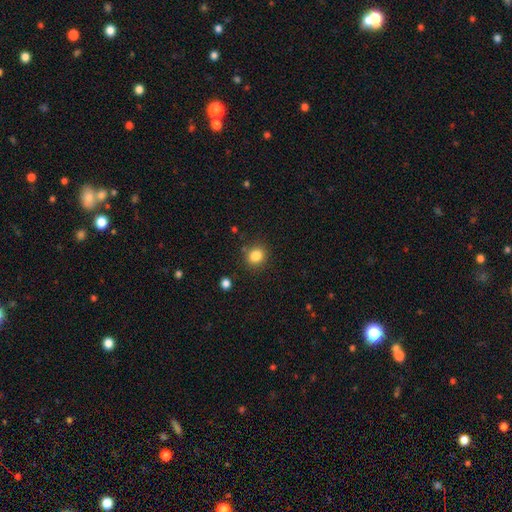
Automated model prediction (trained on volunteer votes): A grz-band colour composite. It shows a smooth galaxy with no disk features (84%) that is round (79%). Merging: none (85%).